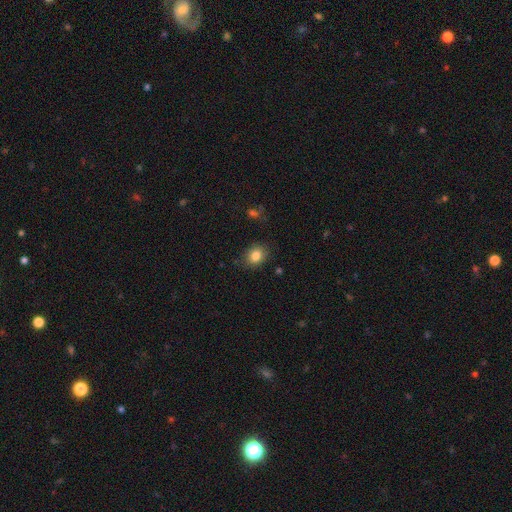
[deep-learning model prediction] A smooth galaxy with no disk features (83%) that is round (56%).

Vote fractions:
- Smooth or featured? smooth: 83% / star or artifact: 10% / featured or disk: 7%
- How rounded? round: 56% / in between: 44% / cigar-shaped: 1%
- Merging? none: 83% / minor disturbance: 13% / major disturbance: 3% / merger: 1%